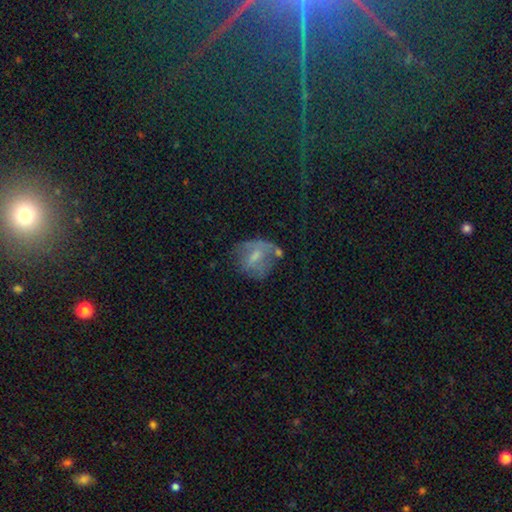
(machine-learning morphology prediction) smooth-or-featured: featured or disk: 44% | smooth: 43% | star or artifact: 13%
  merging: none: 44% | minor disturbance: 26% | major disturbance: 21% | merger: 8%